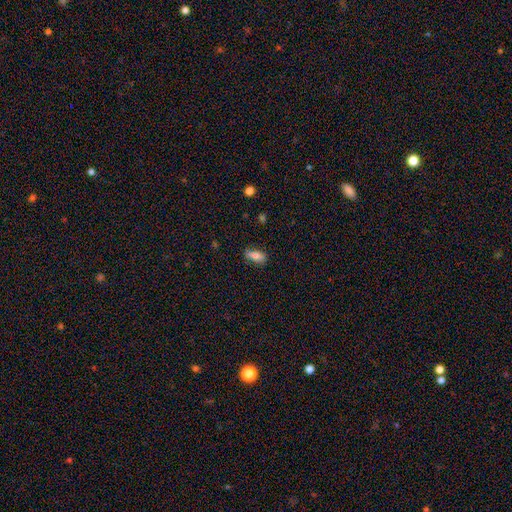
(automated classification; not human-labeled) Smooth or featured?
  - smooth: 74% *
  - featured or disk: 18%
  - star or artifact: 8%
How rounded?
  - in between: 81% *
  - cigar-shaped: 14%
  - round: 4%
Merging?
  - none: 79% *
  - minor disturbance: 16%
  - major disturbance: 3%
  - merger: 2%